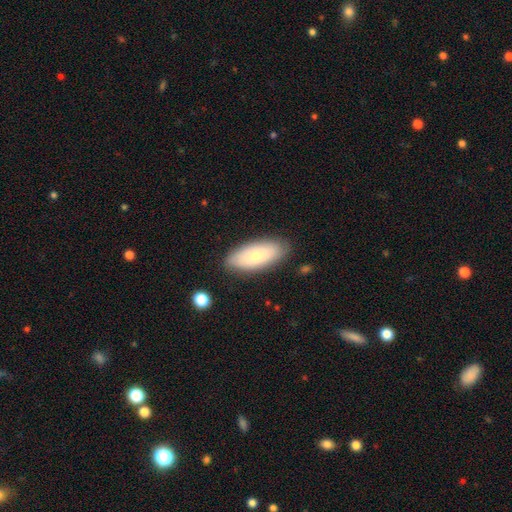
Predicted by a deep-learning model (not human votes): smooth 73%, featured or disk 21%, star or artifact 6%. Down the decision tree: how rounded — in between (83%); merging — none (84%).